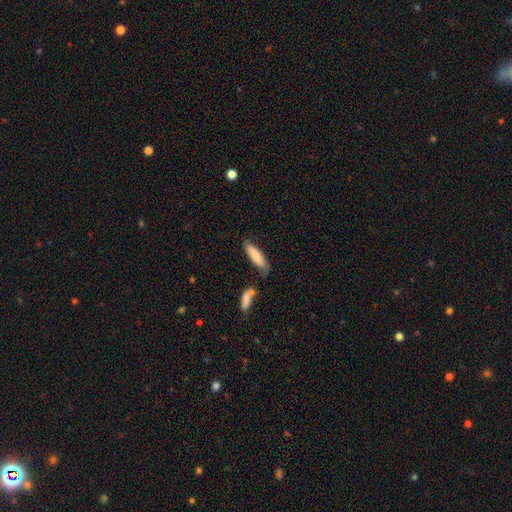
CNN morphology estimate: This appears to be a smooth galaxy with no disk features (80%) that is cigar-shaped (55%). Merging: none (60%).